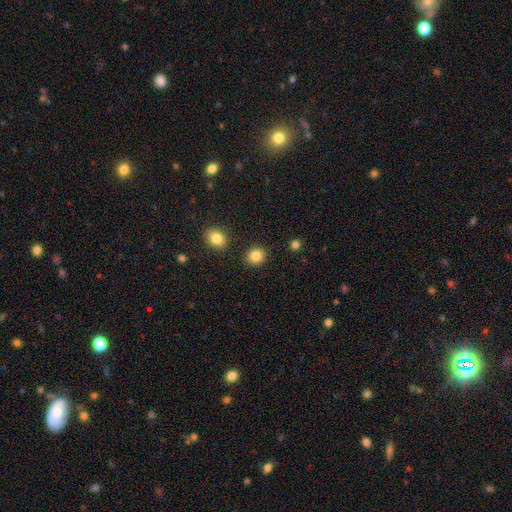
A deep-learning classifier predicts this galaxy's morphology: This is clearly a smooth galaxy (85%). How rounded: clearly round (81%). Merging: clearly none (89%).